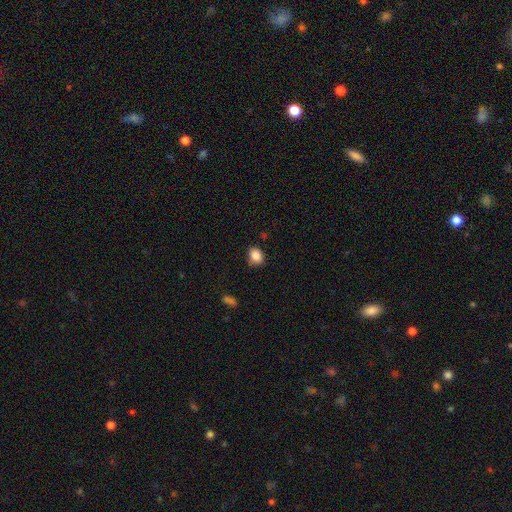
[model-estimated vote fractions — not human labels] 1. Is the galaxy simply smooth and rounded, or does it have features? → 87% smooth, 9% star or artifact, 4% featured or disk.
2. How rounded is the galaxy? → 53% in between, 46% round, 1% cigar-shaped.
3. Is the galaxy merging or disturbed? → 77% none, 18% minor disturbance, 3% major disturbance, 2% merger.